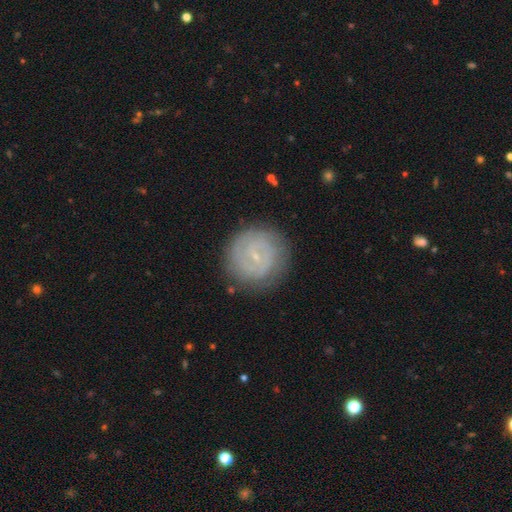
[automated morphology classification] Smooth or featured: featured or disk — 70% (smooth — 23%)
Edge-on disk: no — 98% (yes — 2%)
Bar: weak — 50% (no — 39%)
Spiral arms: yes — 88% (no — 12%)
Spiral winding: tight — 67% (medium — 26%)
Spiral arm count: 2 — 50% (can't tell — 29%)
Bulge size: small — 85% (moderate — 9%)
Merging: none — 84% (minor disturbance — 11%)